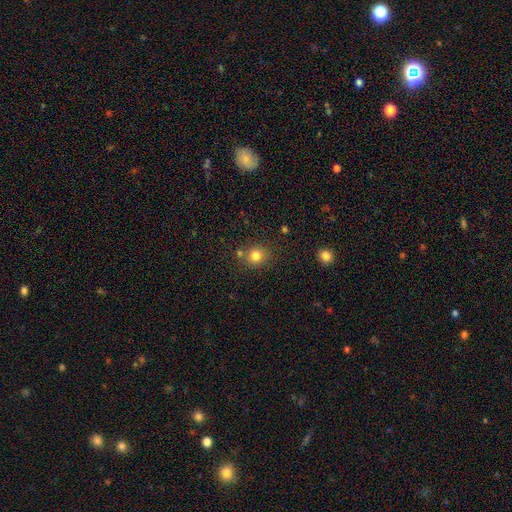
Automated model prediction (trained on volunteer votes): Overall: smooth (80%). How rounded: round (85%). Merging: none (77%).